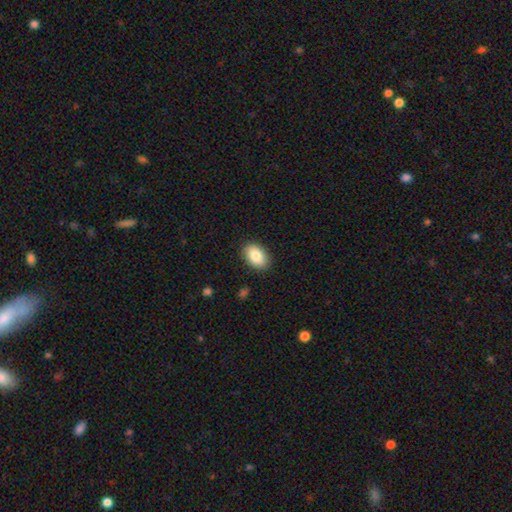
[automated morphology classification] This appears to be a smooth galaxy with no disk features (85%) that is in between round and cigar-shaped (87%). Merging: none (88%).